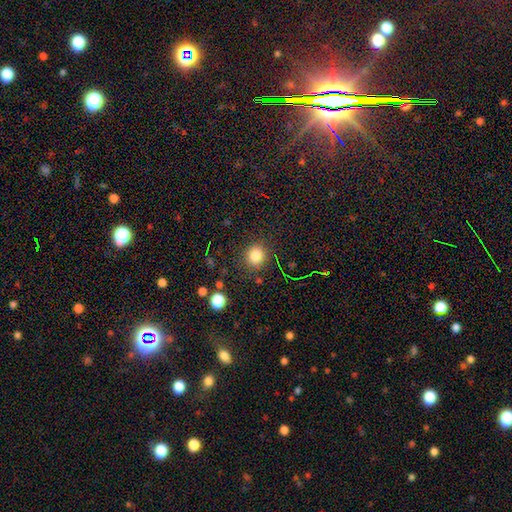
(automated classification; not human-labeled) Smooth or featured: smooth — 82% (star or artifact — 13%)
How rounded: round — 85% (in between — 14%)
Merging: none — 86% (minor disturbance — 9%)